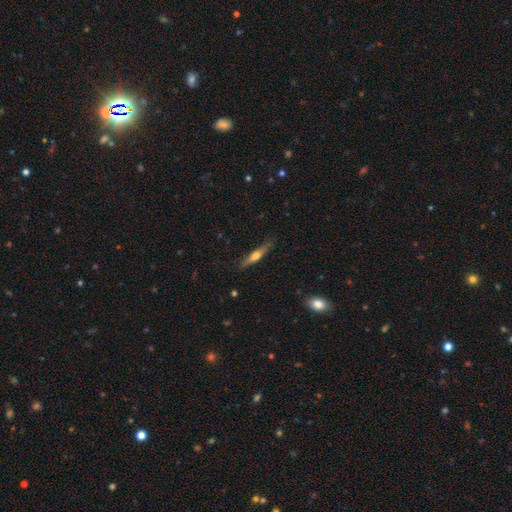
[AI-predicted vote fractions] smooth-or-featured: featured or disk: 51% | smooth: 43% | star or artifact: 6%
  disk-edge-on: yes: 95% | no: 5%
  merging: none: 84% | minor disturbance: 13% | major disturbance: 3% | merger: 1%